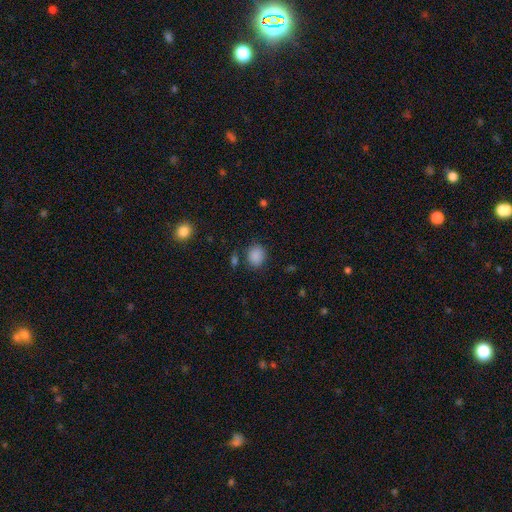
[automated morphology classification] A smooth galaxy with no disk features (87%) that is round (65%). Merging: none (79%).